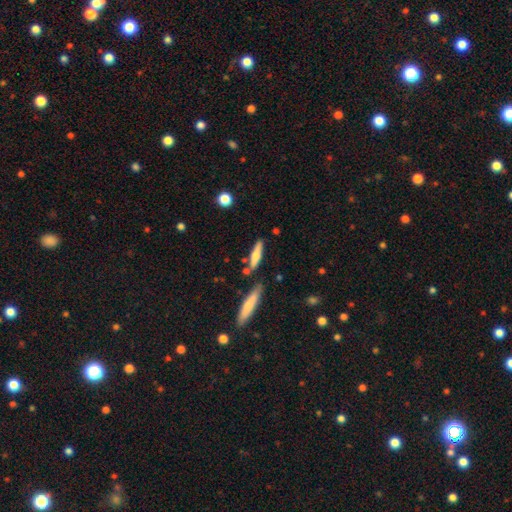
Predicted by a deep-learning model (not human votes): smooth_or_featured: smooth (p=0.56) [alt: featured or disk p=0.38]
how_rounded: cigar-shaped (p=0.77) [alt: in between p=0.20]
merging: none (p=0.76) [alt: minor disturbance p=0.12]